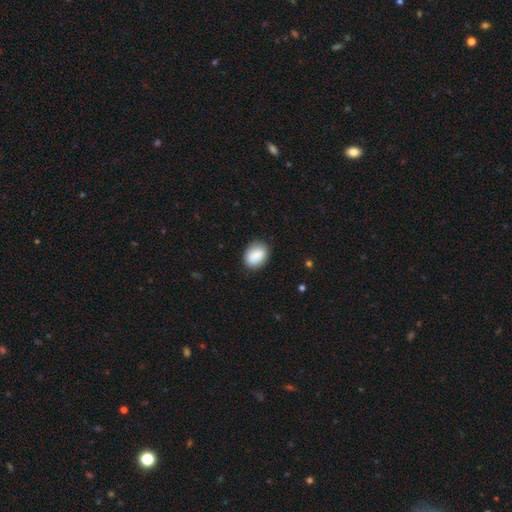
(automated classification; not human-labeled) Smooth or featured? Predicted: smooth (p=0.87). How rounded? Predicted: in between (p=0.67). Merging? Predicted: none (p=0.83).